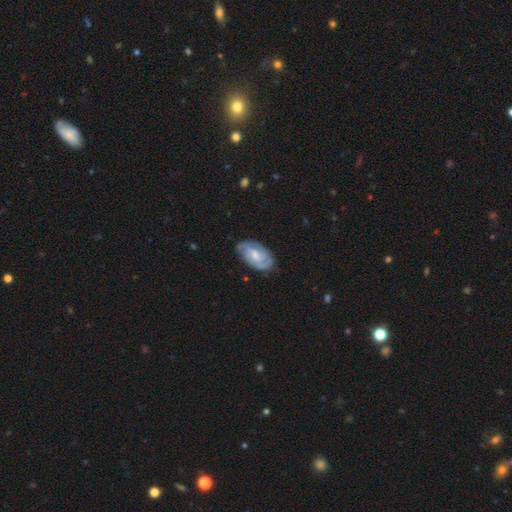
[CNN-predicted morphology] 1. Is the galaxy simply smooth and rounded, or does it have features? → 72% featured or disk, 22% smooth, 5% star or artifact.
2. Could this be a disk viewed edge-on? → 95% no, 5% yes.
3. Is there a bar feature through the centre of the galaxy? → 56% no, 38% weak, 6% strong.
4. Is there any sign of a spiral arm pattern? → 87% yes, 13% no.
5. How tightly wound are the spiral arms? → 53% tight, 36% medium, 11% loose.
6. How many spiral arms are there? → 43% 2, 32% can't tell, 15% 3, 4% 1, 3% 4, 3% more than 4.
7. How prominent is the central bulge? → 60% moderate, 24% small, 10% large, 5% none, 1% dominant.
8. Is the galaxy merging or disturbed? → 71% none, 22% minor disturbance, 6% major disturbance, 1% merger.